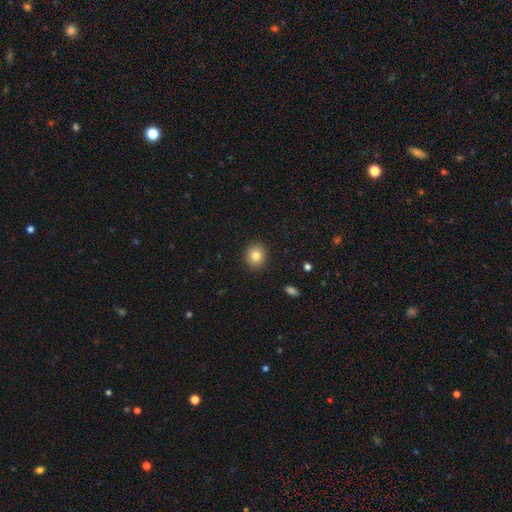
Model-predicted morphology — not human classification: Smooth or featured? Predicted: smooth (p=0.83). How rounded? Predicted: round (p=0.81). Merging? Predicted: none (p=0.91).